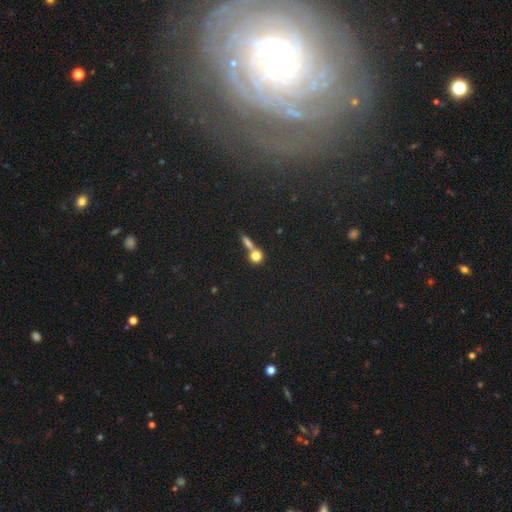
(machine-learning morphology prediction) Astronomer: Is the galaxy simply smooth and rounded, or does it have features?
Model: smooth — 76%.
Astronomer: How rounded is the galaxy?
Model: round — 85%.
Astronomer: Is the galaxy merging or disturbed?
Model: none — 49% (runner-up: merger, 38%).